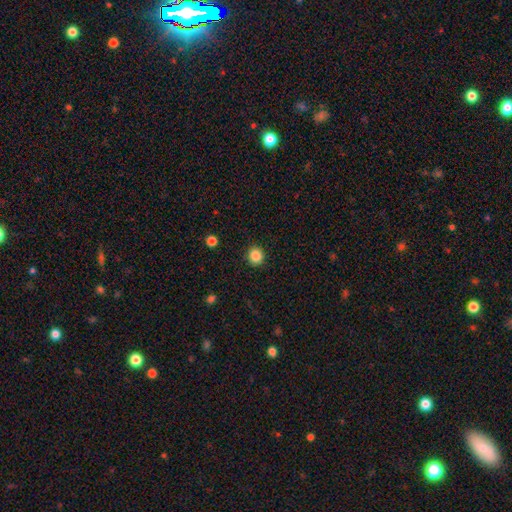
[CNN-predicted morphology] Smooth or featured?
  - smooth: 86% *
  - star or artifact: 11%
  - featured or disk: 3%
How rounded?
  - round: 89% *
  - in between: 10%
  - cigar-shaped: 1%
Merging?
  - none: 91% *
  - minor disturbance: 6%
  - major disturbance: 2%
  - merger: 1%